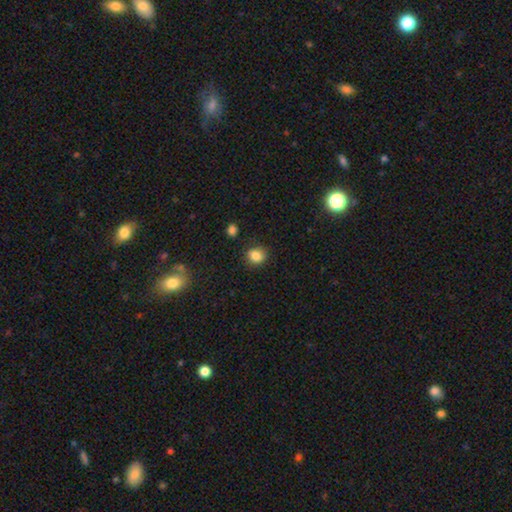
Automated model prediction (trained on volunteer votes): The model was most divided on "how rounded": round: 72%, in between: 27%, cigar-shaped: 1%. More confident: smooth or featured — smooth (85%); merging — none (85%).